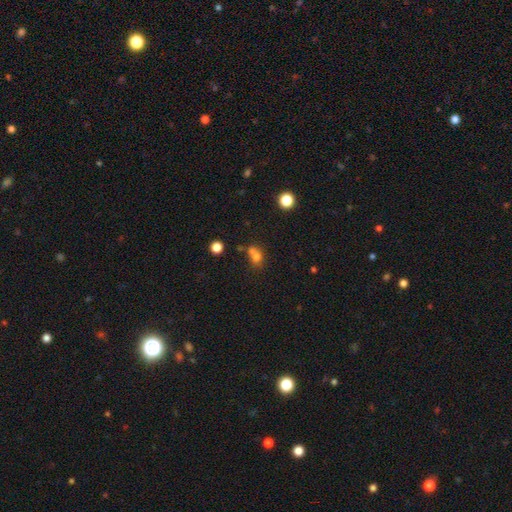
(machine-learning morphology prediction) Q: Smooth or featured?
A: smooth (71%); runner-up: star or artifact (16%)
Q: How rounded?
A: round (61%); runner-up: in between (37%)
Q: Merging?
A: merger (49%); runner-up: none (35%)